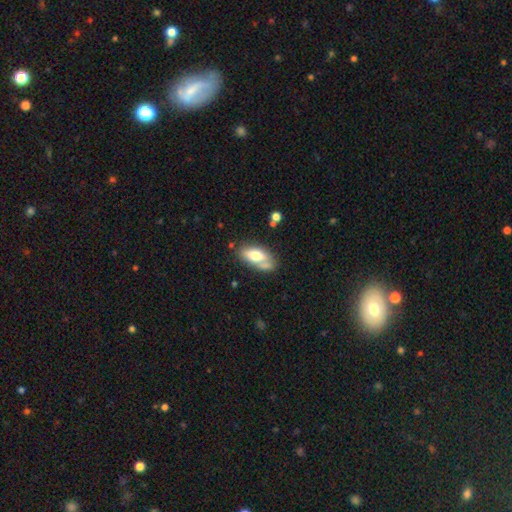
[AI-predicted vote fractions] Overall: smooth (69%). How rounded: in between (87%). Merging: none (58%; minor disturbance 21%).